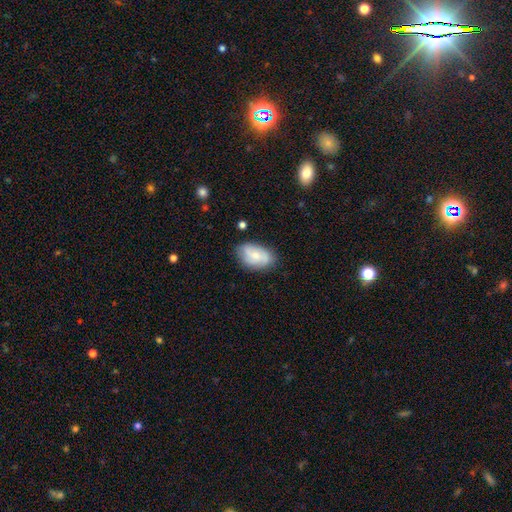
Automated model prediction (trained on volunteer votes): A smooth galaxy with no disk features (62%) that is in between round and cigar-shaped (90%). Merging: none (73%).